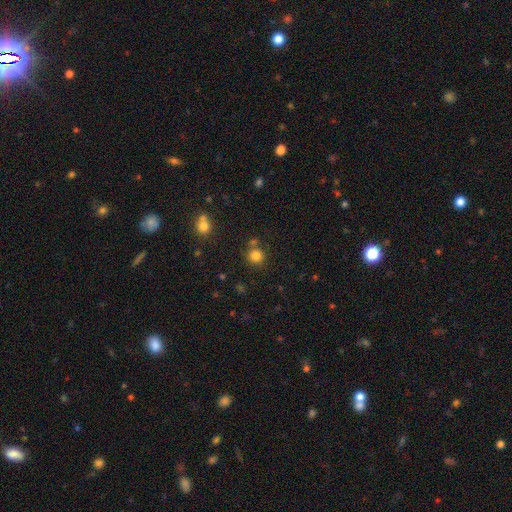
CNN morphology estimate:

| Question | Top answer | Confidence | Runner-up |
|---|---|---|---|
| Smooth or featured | smooth | 82% | star or artifact (13%) |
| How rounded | round | 92% | in between (7%) |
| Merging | none | 77% | merger (11%) |